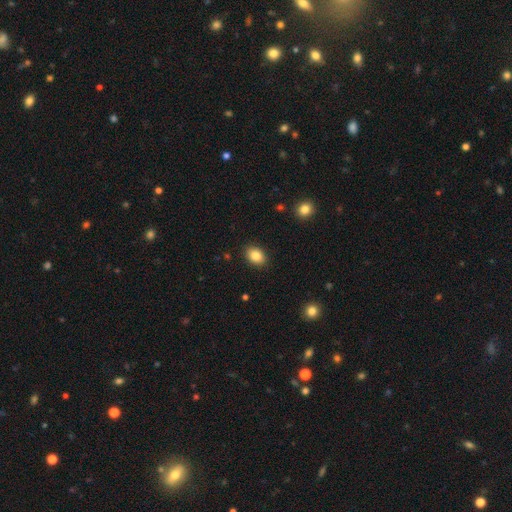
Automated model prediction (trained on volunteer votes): Smooth or featured? Predicted: smooth (p=0.85). How rounded? Predicted: in between (p=0.73). Merging? Predicted: none (p=0.89).